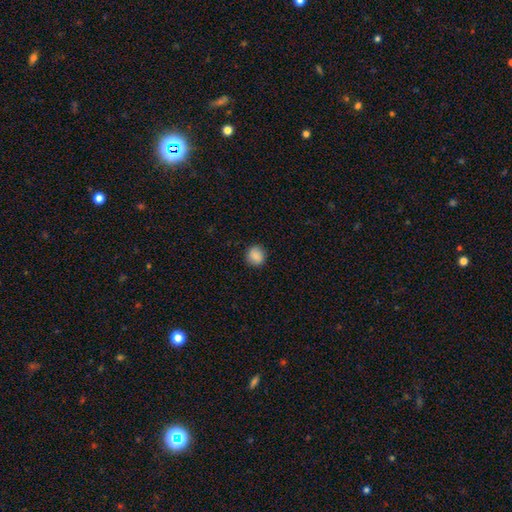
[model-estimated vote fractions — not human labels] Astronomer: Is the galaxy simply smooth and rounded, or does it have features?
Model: smooth — 87%.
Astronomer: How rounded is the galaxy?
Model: round — 87%.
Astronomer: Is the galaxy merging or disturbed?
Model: none — 90%.